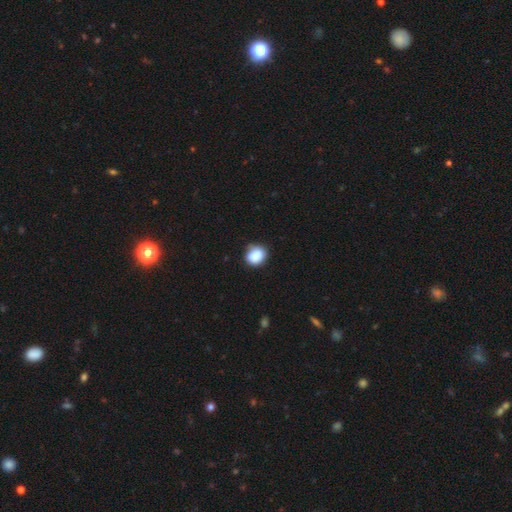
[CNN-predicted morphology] Smooth or featured?
  - smooth: 86% *
  - star or artifact: 8%
  - featured or disk: 5%
How rounded?
  - round: 68% *
  - in between: 31%
  - cigar-shaped: 1%
Merging?
  - none: 73% *
  - minor disturbance: 21%
  - major disturbance: 4%
  - merger: 2%